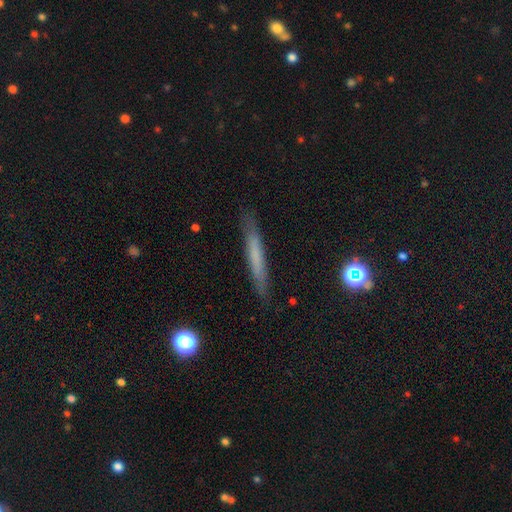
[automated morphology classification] type=smooth (57%); roundness=cigar-shaped (95%); merging=none (87%).